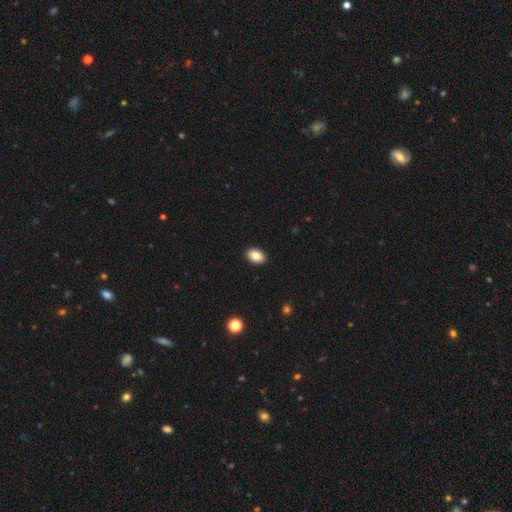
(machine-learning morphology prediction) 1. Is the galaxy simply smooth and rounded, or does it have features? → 85% smooth, 8% star or artifact, 7% featured or disk.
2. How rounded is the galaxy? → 84% in between, 15% round, 1% cigar-shaped.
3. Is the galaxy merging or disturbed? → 91% none, 6% minor disturbance, 2% major disturbance, 1% merger.